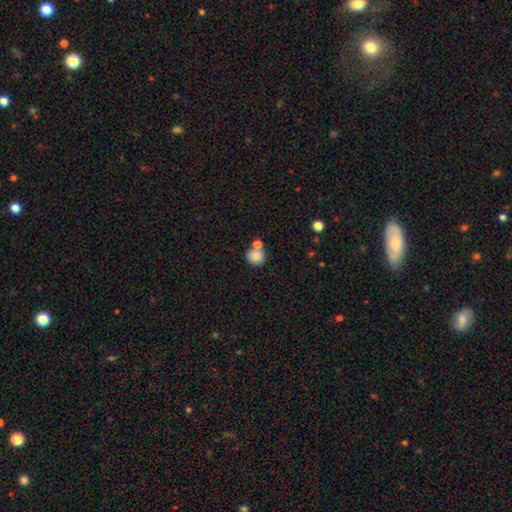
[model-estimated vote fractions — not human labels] A smooth galaxy with no disk features (83%) that is round (89%). Merging: none (56%).